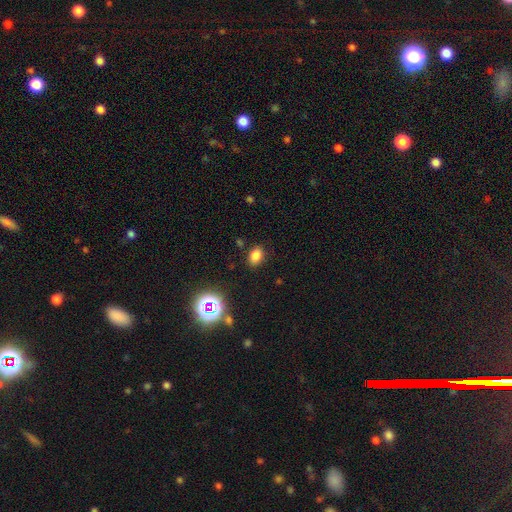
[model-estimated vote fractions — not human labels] Smooth or featured: smooth — 79% (star or artifact — 16%)
How rounded: in between — 76% (round — 23%)
Merging: none — 85% (minor disturbance — 10%)